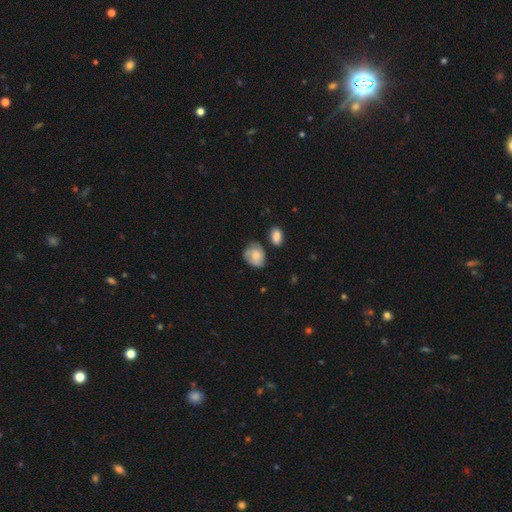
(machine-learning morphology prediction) smooth-or-featured: smooth: 66% | featured or disk: 26% | star or artifact: 8%
  how-rounded: in between: 51% | round: 48% | cigar-shaped: 1%
  merging: none: 52% | minor disturbance: 32% | major disturbance: 10% | merger: 7%